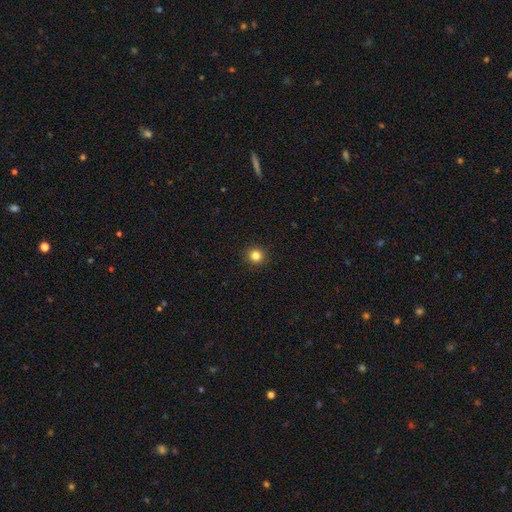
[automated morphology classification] This appears to be a smooth galaxy with no disk features (83%) that is round (95%). Merging: none (93%).